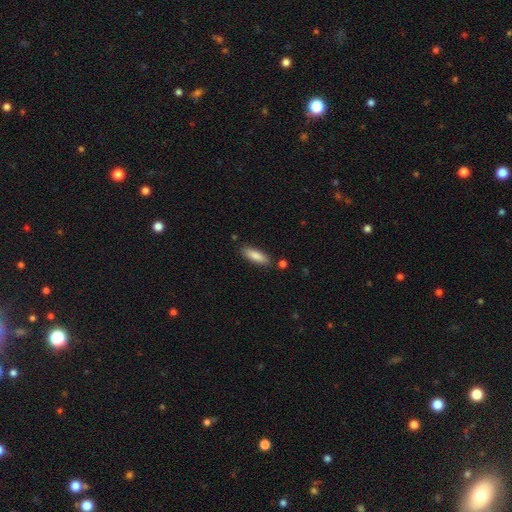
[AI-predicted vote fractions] The model was most divided on "how rounded": in between: 51%, cigar-shaped: 47%, round: 2%. More confident: smooth or featured — smooth (85%); merging — none (83%).